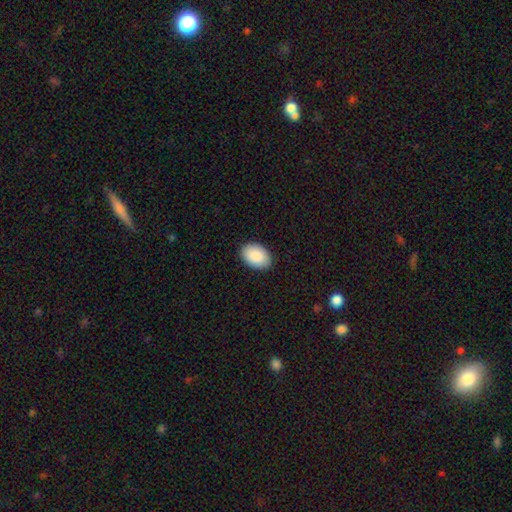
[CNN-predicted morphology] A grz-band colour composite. It shows a smooth galaxy with no disk features (90%) that is in between round and cigar-shaped (89%). Merging: none (88%).